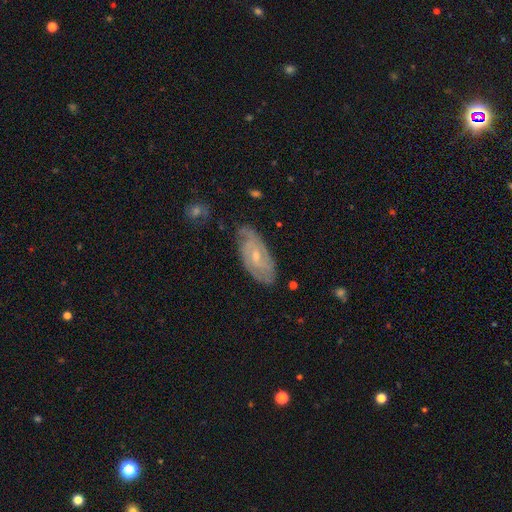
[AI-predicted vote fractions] Morphology: type=featured or disk (78%); edge-on=no (92%); bar=no (49%); spiral arms=yes (93%); winding=tight (60%); arm count=2 (50%); bulge=small (61%); merging=none (75%).